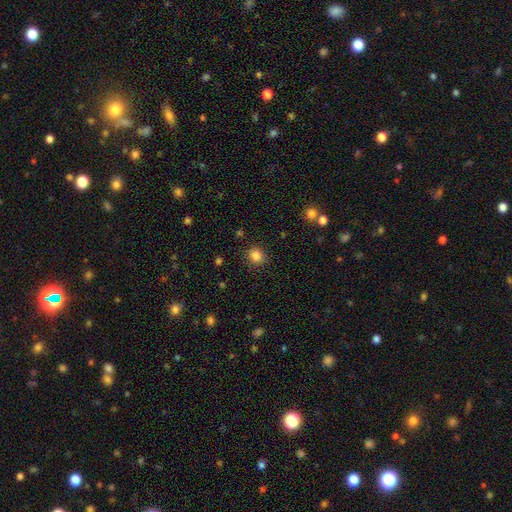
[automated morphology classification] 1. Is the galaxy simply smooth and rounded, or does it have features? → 85% smooth, 11% star or artifact, 4% featured or disk.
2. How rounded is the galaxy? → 80% round, 19% in between, 1% cigar-shaped.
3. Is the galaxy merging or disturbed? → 87% none, 9% minor disturbance, 3% major disturbance, 1% merger.